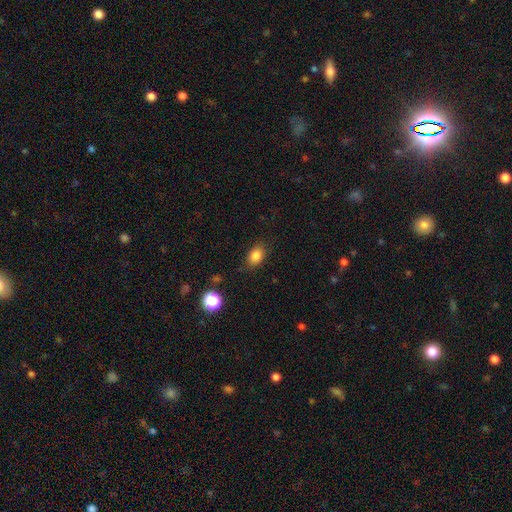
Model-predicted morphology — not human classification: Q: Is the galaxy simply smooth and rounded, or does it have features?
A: smooth — 84%.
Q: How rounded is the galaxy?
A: in between — 73%.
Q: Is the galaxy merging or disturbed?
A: none — 80%.